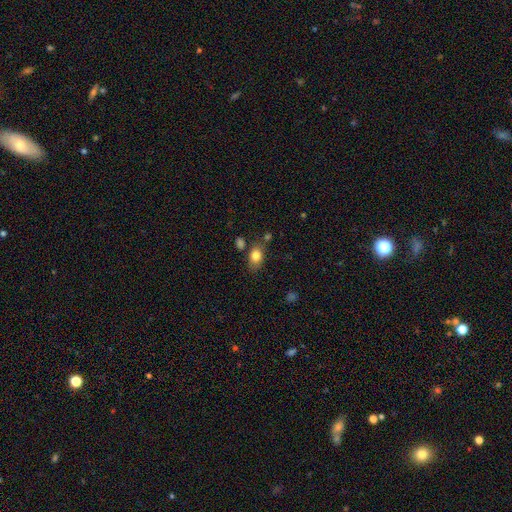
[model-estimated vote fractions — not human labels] A smooth galaxy with no disk features (81%) that is in between round and cigar-shaped (78%). Merging: none (68%).